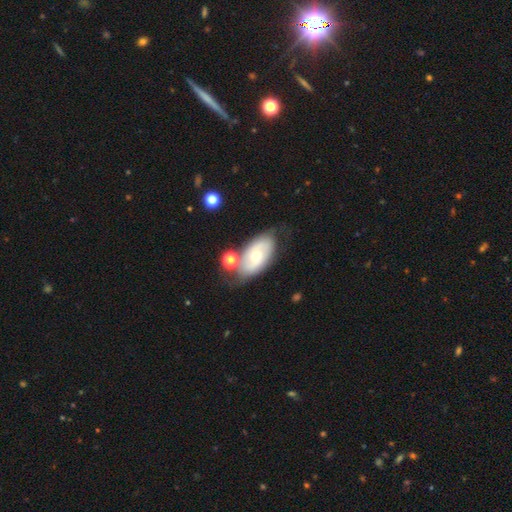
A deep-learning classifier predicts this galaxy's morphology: Smooth or featured: featured or disk — 50% (smooth — 43%)
Merging: none — 62% (minor disturbance — 19%)